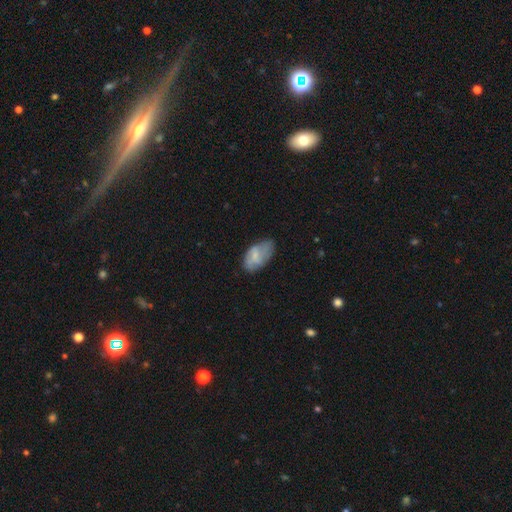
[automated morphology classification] This appears to be a smooth galaxy with no disk features (64%) that is in between round and cigar-shaped (94%). Merging: none (52%).